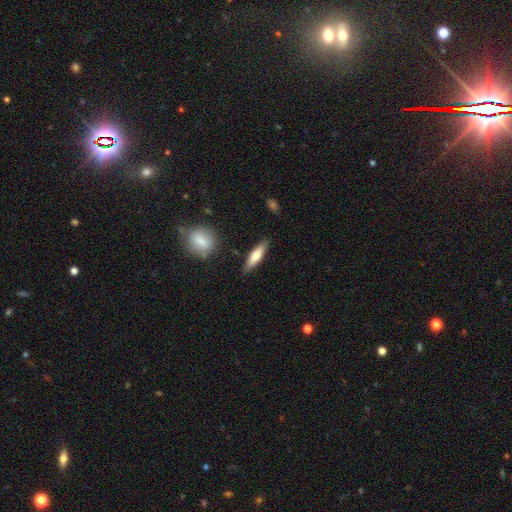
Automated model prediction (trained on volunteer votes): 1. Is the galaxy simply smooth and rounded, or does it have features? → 61% smooth, 33% featured or disk, 6% star or artifact.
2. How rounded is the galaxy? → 67% cigar-shaped, 31% in between, 2% round.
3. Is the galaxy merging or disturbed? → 84% none, 11% minor disturbance, 3% merger, 2% major disturbance.